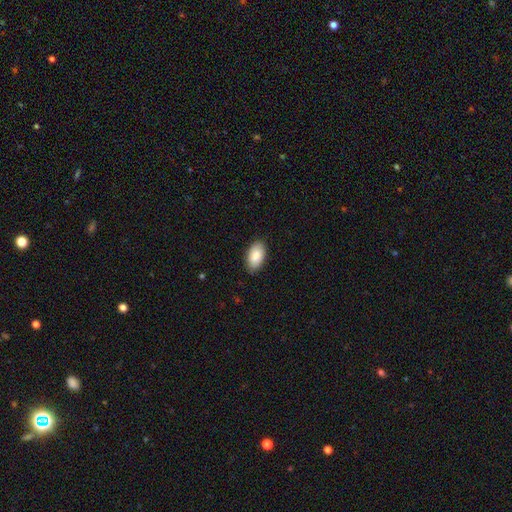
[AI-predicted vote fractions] This appears to be a smooth galaxy with no disk features (86%) that is in between round and cigar-shaped (95%). Merging: none (87%).